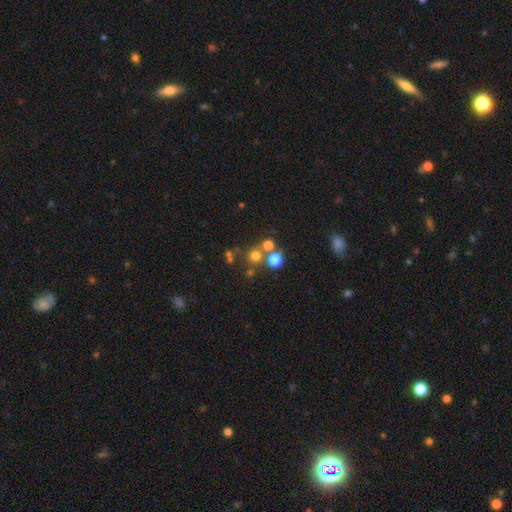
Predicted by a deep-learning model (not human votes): smooth 65%, star or artifact 22%, featured or disk 13%. Down the decision tree: how rounded — round (92%); merging — none (63%).